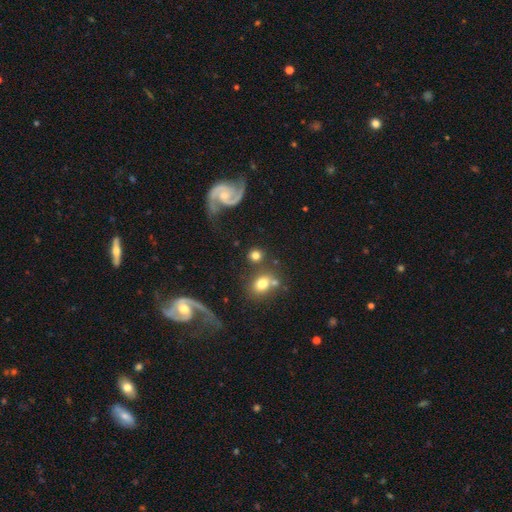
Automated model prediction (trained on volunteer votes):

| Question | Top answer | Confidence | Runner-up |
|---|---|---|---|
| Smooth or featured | smooth | 67% | featured or disk (22%) |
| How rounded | round | 81% | in between (17%) |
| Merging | none | 70% | merger (13%) |